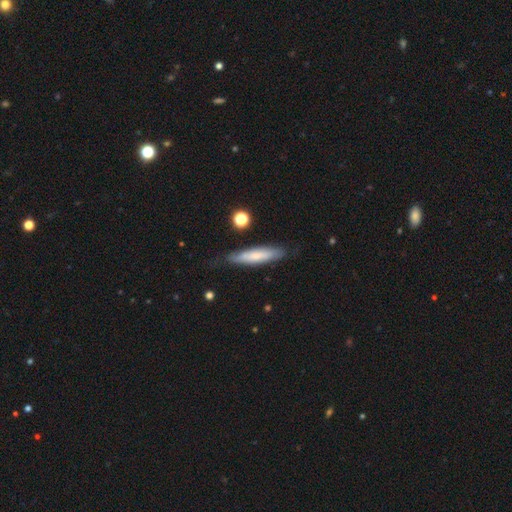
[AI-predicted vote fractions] A smooth galaxy with no disk features (62%) that is cigar-shaped (84%). Merging: none (80%).